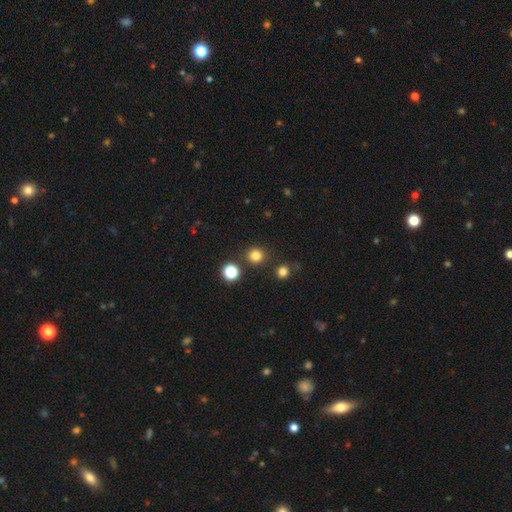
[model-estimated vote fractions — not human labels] Q: Smooth or featured?
A: smooth (81%); runner-up: star or artifact (15%)
Q: How rounded?
A: round (93%); runner-up: in between (7%)
Q: Merging?
A: none (86%); runner-up: minor disturbance (6%)